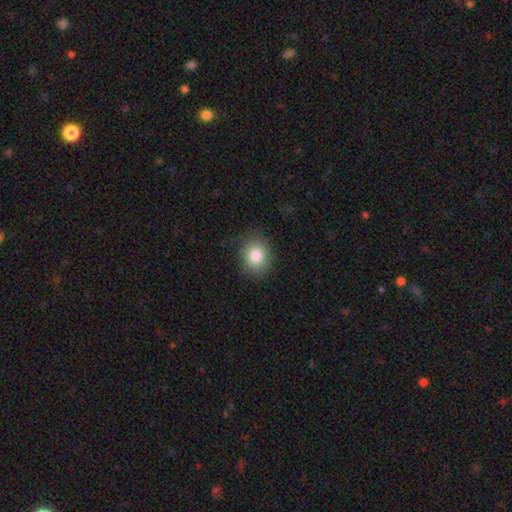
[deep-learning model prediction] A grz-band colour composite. It shows a smooth galaxy with no disk features (83%) that is round (67%). Merging: none (80%).